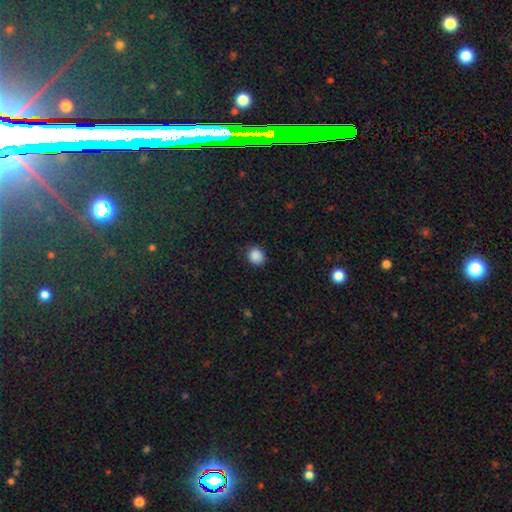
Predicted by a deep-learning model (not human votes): Smooth or featured? Predicted: smooth (p=0.87). How rounded? Predicted: round (p=0.81). Merging? Predicted: none (p=0.86).